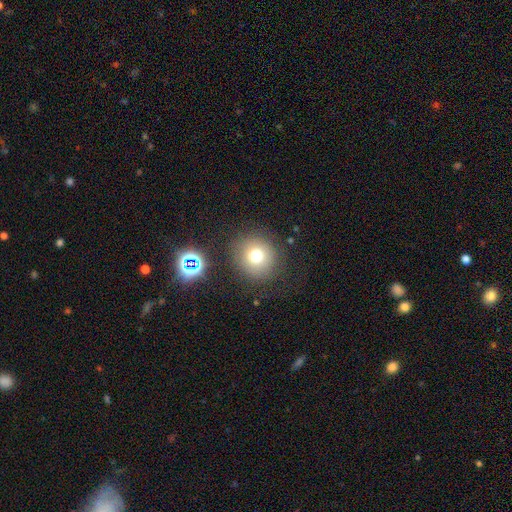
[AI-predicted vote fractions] A smooth galaxy with no disk features (74%) that is round (91%).

Vote fractions:
- Smooth or featured? smooth: 74% / star or artifact: 15% / featured or disk: 11%
- How rounded? round: 91% / in between: 8% / cigar-shaped: 1%
- Merging? none: 83% / minor disturbance: 9% / major disturbance: 4% / merger: 3%